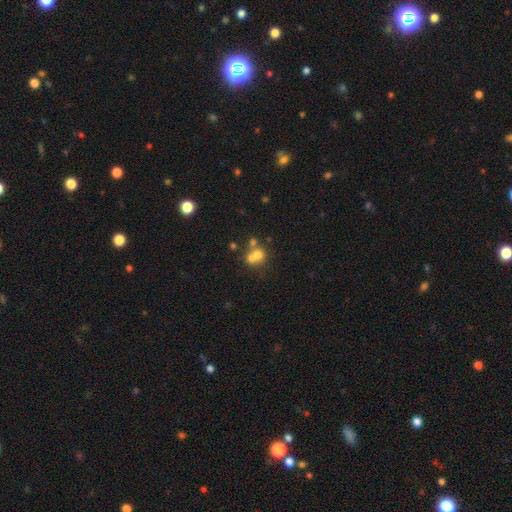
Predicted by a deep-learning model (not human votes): Q: Smooth or featured?
A: smooth (63%); runner-up: featured or disk (22%)
Q: How rounded?
A: round (80%); runner-up: in between (19%)
Q: Merging?
A: merger (56%); runner-up: none (34%)